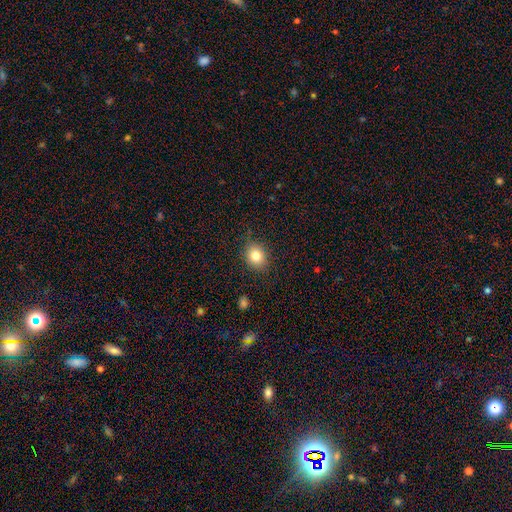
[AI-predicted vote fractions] A smooth galaxy with no disk features (82%) that is round (59%).

Vote fractions:
- Smooth or featured? smooth: 82% / star or artifact: 10% / featured or disk: 8%
- How rounded? round: 59% / in between: 40% / cigar-shaped: 1%
- Merging? none: 85% / minor disturbance: 11% / major disturbance: 3% / merger: 1%